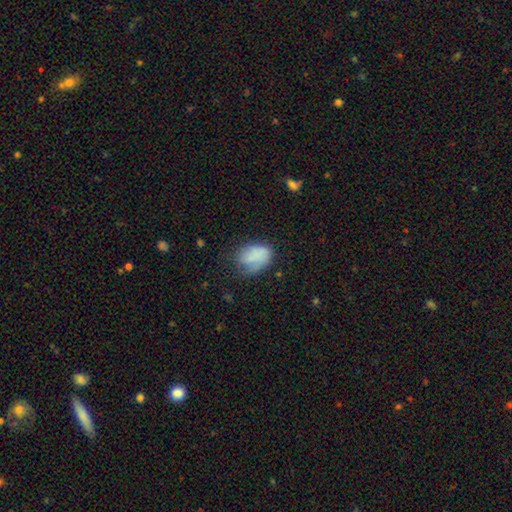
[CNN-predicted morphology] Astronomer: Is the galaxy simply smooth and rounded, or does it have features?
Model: smooth — 76%.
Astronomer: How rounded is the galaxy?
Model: in between — 79%.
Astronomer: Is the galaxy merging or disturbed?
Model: none — 44% (runner-up: minor disturbance, 34%).